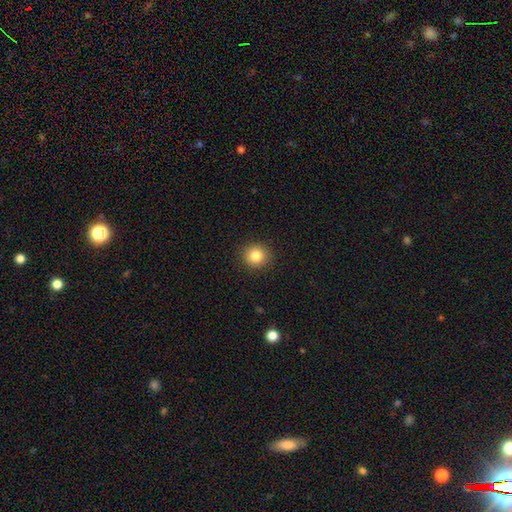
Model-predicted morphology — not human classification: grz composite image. It shows a smooth galaxy with no disk features (84%) that is round (91%). Merging: none (91%).